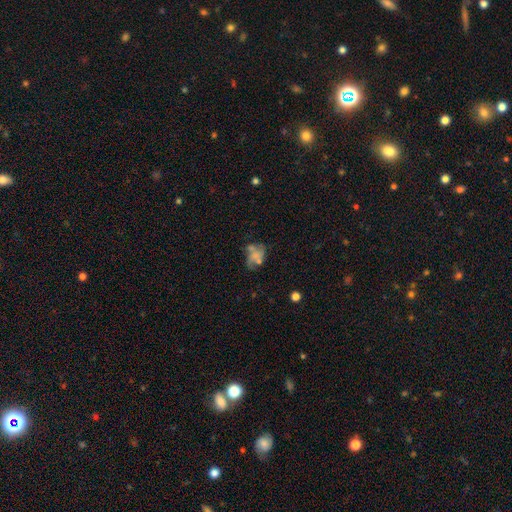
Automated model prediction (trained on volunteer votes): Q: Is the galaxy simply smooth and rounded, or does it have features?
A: smooth — 44%.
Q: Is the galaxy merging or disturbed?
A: none — 34%.